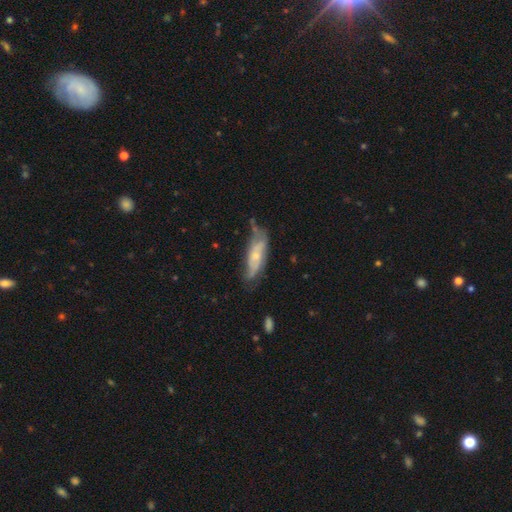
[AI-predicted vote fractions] Smooth or featured? Predicted: featured or disk (p=0.51). Edge-on disk? Predicted: no (p=0.75). Merging? Predicted: none (p=0.48).